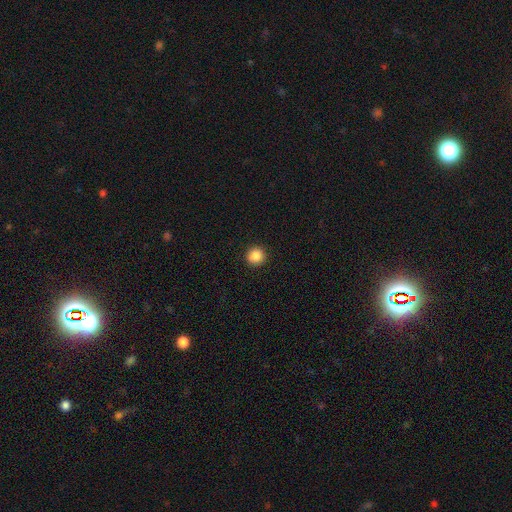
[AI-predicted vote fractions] smooth-or-featured: smooth: 87% | star or artifact: 10% | featured or disk: 3%
  how-rounded: round: 94% | in between: 5% | cigar-shaped: 1%
  merging: none: 93% | minor disturbance: 5% | major disturbance: 2% | merger: 1%